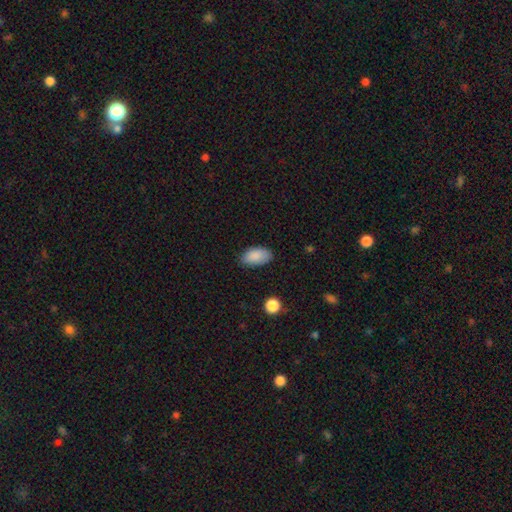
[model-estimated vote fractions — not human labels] Smooth or featured: smooth — 88% (star or artifact — 7%)
How rounded: in between — 94% (round — 3%)
Merging: none — 81% (minor disturbance — 15%)